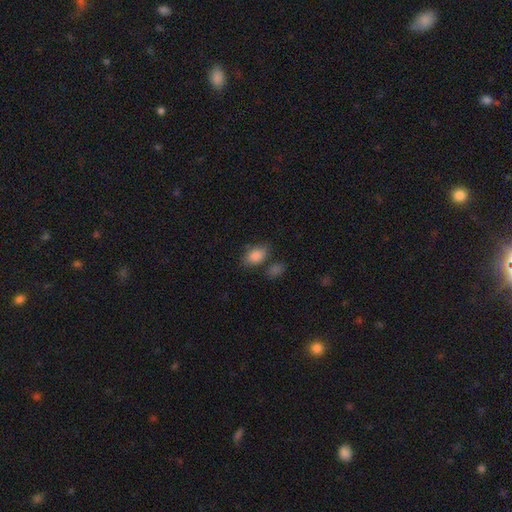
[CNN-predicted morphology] This is clearly a smooth galaxy (86%). How rounded: clearly in between (88%). Merging: likely none (65%).